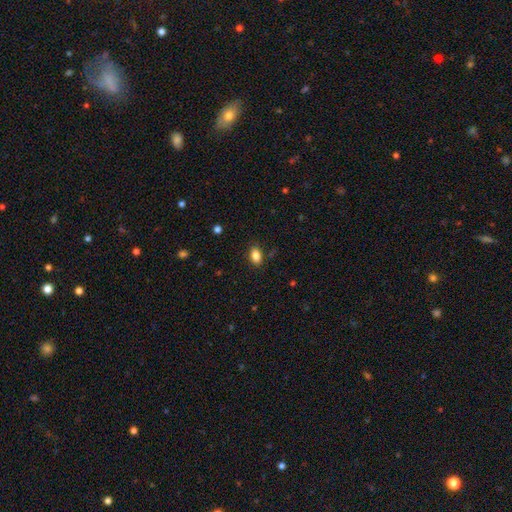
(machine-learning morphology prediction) This appears to be a smooth galaxy with no disk features (85%) that is in between round and cigar-shaped (87%). Merging: none (86%).